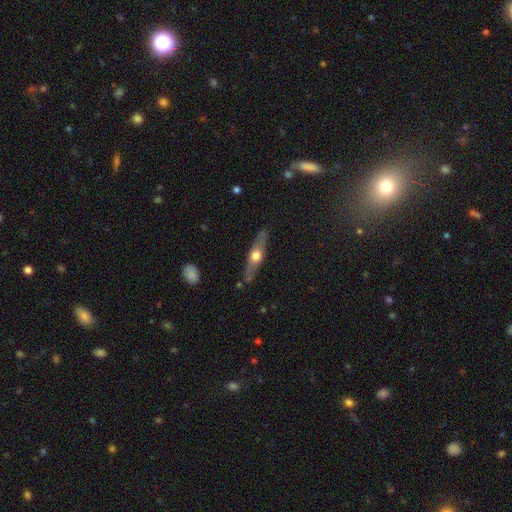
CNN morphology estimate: This is likely a featured or disk galaxy (61%). It is clearly viewed edge-on (89%). Edge-on bulge: clearly rounded (94%). Merging: clearly none (83%).